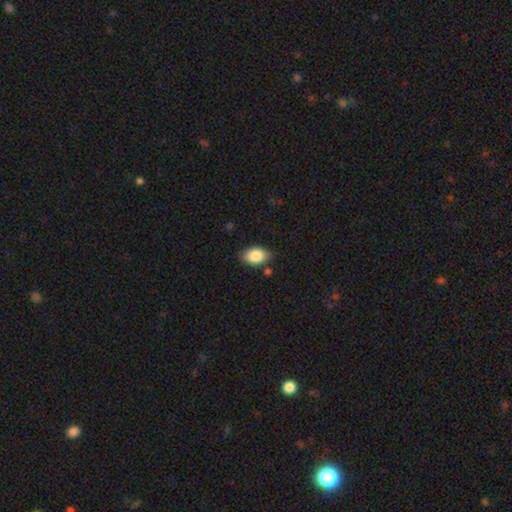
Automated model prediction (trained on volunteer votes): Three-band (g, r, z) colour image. It shows a smooth galaxy with no disk features (86%) that is in between round and cigar-shaped (89%). Merging: none (80%).